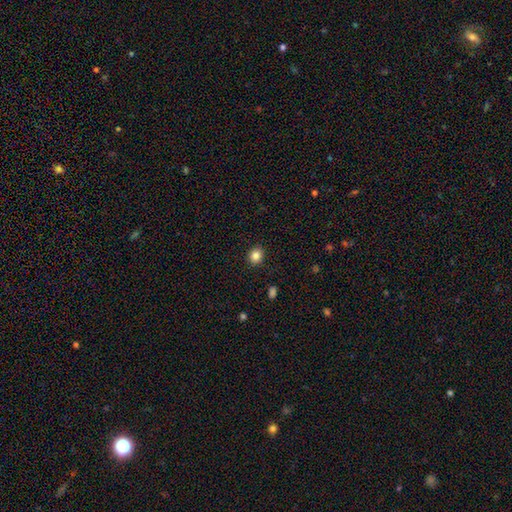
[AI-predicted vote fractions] smooth 84%, star or artifact 11%, featured or disk 5%. Down the decision tree: how rounded — round (69%); merging — none (91%).